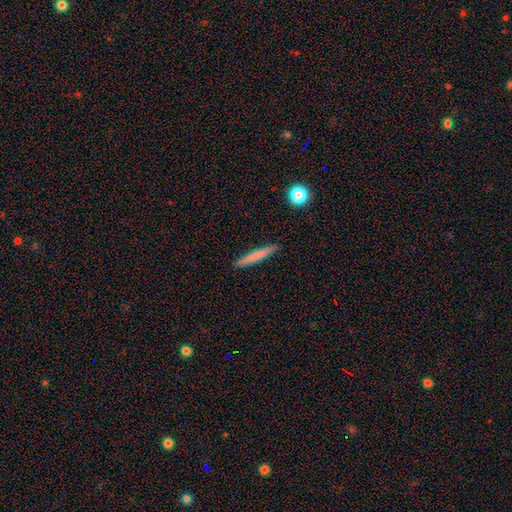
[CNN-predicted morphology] smooth-or-featured: smooth: 74% | featured or disk: 20% | star or artifact: 6%
  how-rounded: cigar-shaped: 96% | in between: 3% | round: 1%
  merging: none: 91% | minor disturbance: 6% | major disturbance: 1% | merger: 1%